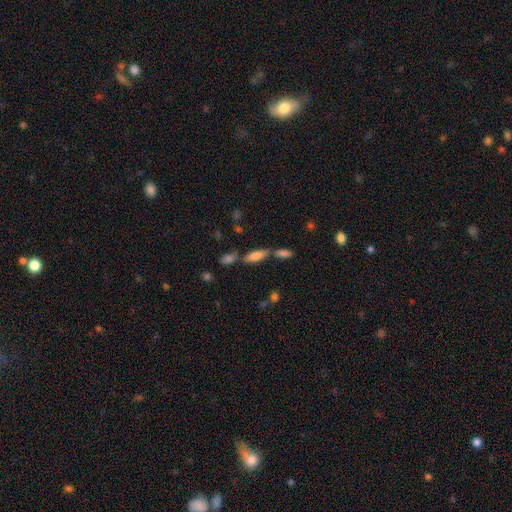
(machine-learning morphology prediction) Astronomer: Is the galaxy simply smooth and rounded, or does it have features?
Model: smooth — 73%.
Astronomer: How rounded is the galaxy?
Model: in between — 64%.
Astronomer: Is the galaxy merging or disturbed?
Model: none — 53% (runner-up: merger, 31%).